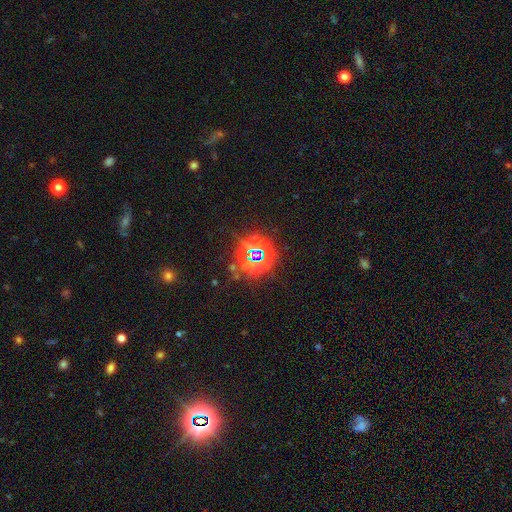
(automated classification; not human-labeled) The model was most divided on "smooth or featured": star or artifact: 79%, smooth: 13%, featured or disk: 8%.